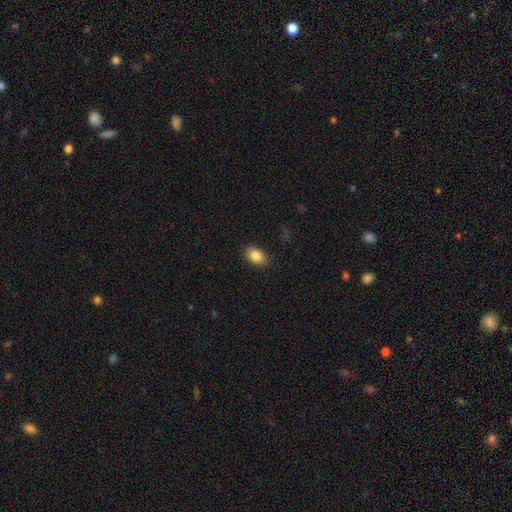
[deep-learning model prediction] Overall: smooth (86%). How rounded: in between (85%). Merging: none (88%).